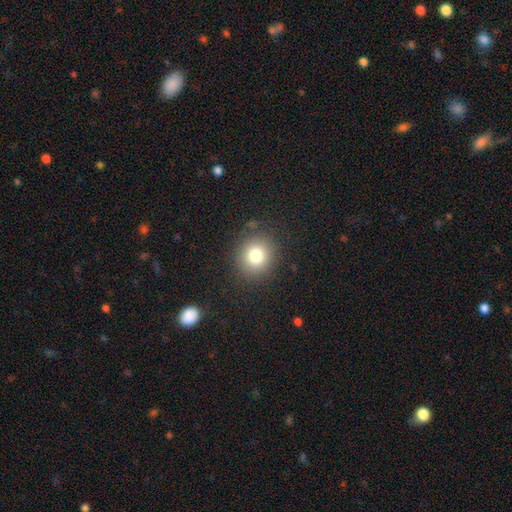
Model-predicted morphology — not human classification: Q: Smooth or featured?
A: smooth (79%); runner-up: star or artifact (13%)
Q: How rounded?
A: round (83%); runner-up: in between (16%)
Q: Merging?
A: none (86%); runner-up: minor disturbance (9%)